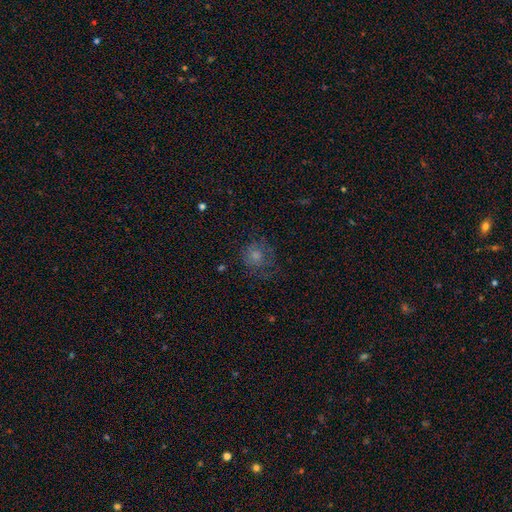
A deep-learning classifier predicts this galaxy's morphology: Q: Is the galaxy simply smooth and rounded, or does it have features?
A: smooth — 66%.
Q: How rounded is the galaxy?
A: round — 83%.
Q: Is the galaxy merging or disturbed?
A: none — 59%.